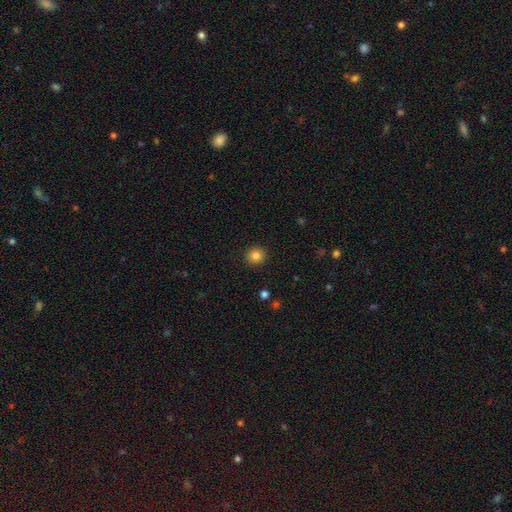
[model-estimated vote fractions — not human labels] smooth-or-featured: smooth: 84% | star or artifact: 11% | featured or disk: 5%
  how-rounded: round: 92% | in between: 7% | cigar-shaped: 1%
  merging: none: 92% | minor disturbance: 5% | major disturbance: 2% | merger: 1%